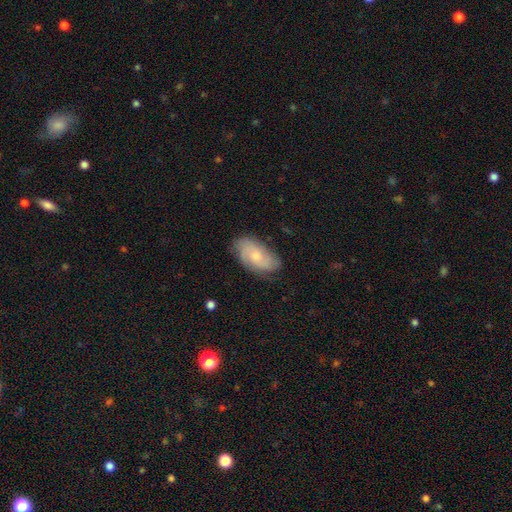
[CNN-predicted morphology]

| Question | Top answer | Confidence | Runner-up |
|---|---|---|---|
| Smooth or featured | featured or disk | 51% | smooth (42%) |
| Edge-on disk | no | 94% | yes (6%) |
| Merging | none | 74% | minor disturbance (20%) |